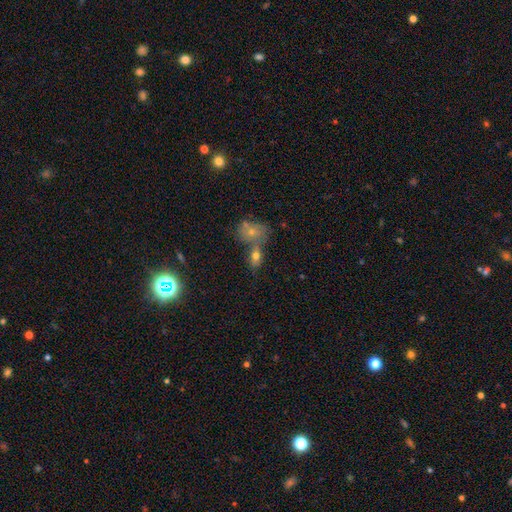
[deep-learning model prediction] smooth 67%, featured or disk 18%, star or artifact 14%. Down the decision tree: how rounded — in between (72%); merging — merger (48%).